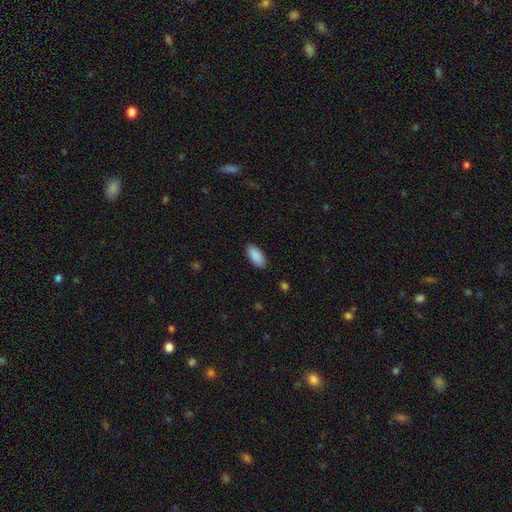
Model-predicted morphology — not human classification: A smooth galaxy with no disk features (91%) that is in between round and cigar-shaped (91%).

Vote fractions:
- Smooth or featured? smooth: 91% / star or artifact: 6% / featured or disk: 3%
- How rounded? in between: 91% / cigar-shaped: 7% / round: 2%
- Merging? none: 88% / minor disturbance: 9% / major disturbance: 2% / merger: 1%